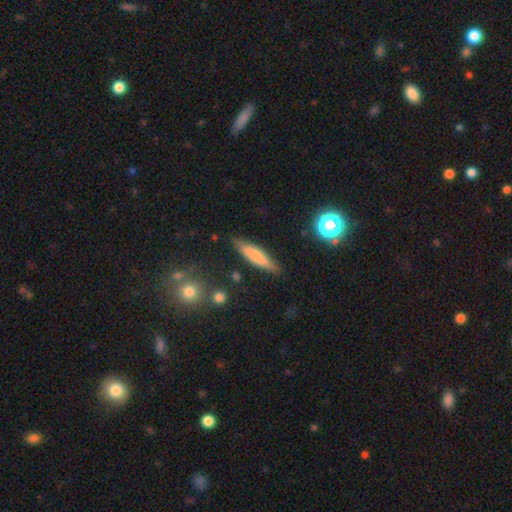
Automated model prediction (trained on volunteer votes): Overall: smooth (70%). How rounded: cigar-shaped (83%). Merging: none (83%).